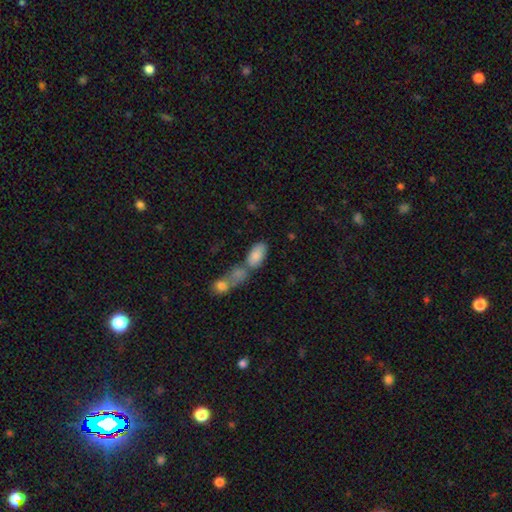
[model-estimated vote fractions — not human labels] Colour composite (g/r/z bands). It shows a smooth galaxy with no disk features (83%) that is in between round and cigar-shaped (92%). Merging: merger (44%).